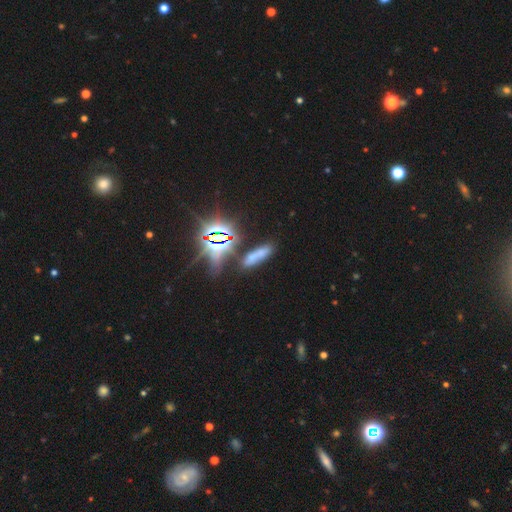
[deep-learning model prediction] Smooth or featured: smooth — 50% (star or artifact — 34%)
Merging: none — 63% (minor disturbance — 16%)